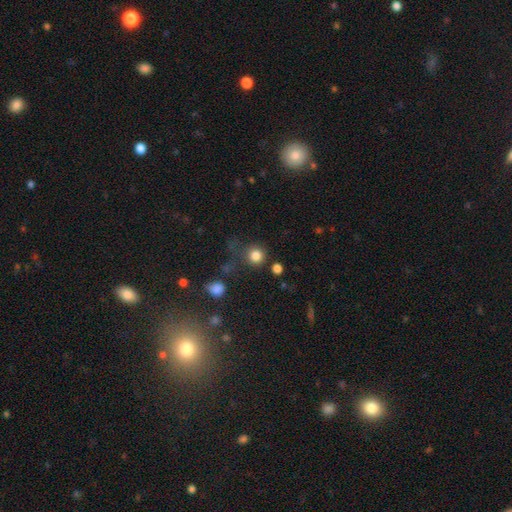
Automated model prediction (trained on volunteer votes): smooth-or-featured: smooth: 82% | star or artifact: 12% | featured or disk: 5%
  how-rounded: round: 92% | in between: 7% | cigar-shaped: 1%
  merging: none: 72% | minor disturbance: 13% | major disturbance: 8% | merger: 7%